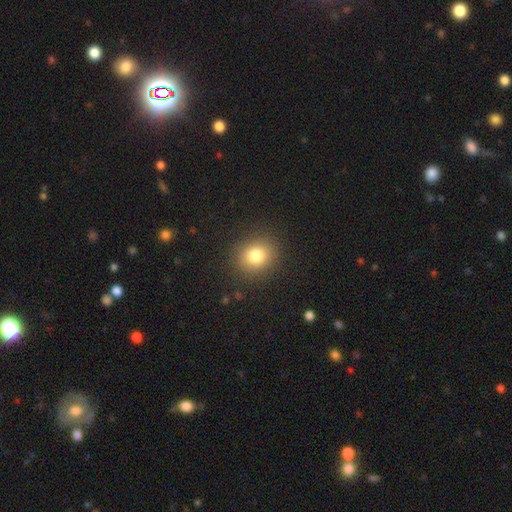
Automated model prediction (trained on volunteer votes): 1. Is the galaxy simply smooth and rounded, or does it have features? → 80% smooth, 12% star or artifact, 8% featured or disk.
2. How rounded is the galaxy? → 75% round, 24% in between, 1% cigar-shaped.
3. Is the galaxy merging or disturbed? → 88% none, 7% minor disturbance, 3% major disturbance, 1% merger.